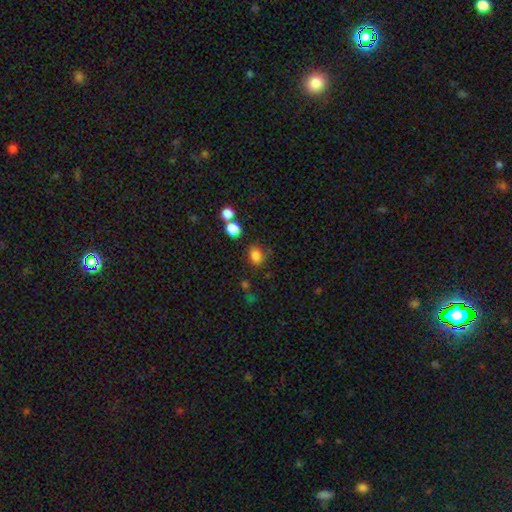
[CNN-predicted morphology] Smooth or featured?
  - smooth: 81% *
  - star or artifact: 13%
  - featured or disk: 6%
How rounded?
  - in between: 52% *
  - round: 47%
  - cigar-shaped: 1%
Merging?
  - none: 74% *
  - minor disturbance: 15%
  - merger: 6%
  - major disturbance: 5%